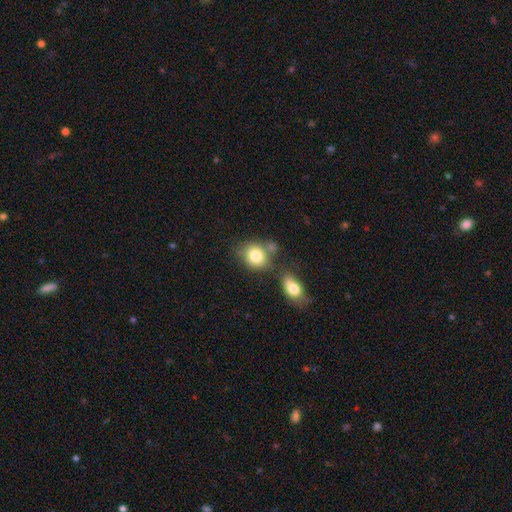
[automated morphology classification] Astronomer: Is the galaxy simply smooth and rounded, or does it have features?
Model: smooth — 82%.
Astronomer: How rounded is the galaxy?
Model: round — 60% (runner-up: in between, 39%).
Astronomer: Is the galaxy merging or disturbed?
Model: none — 55%.